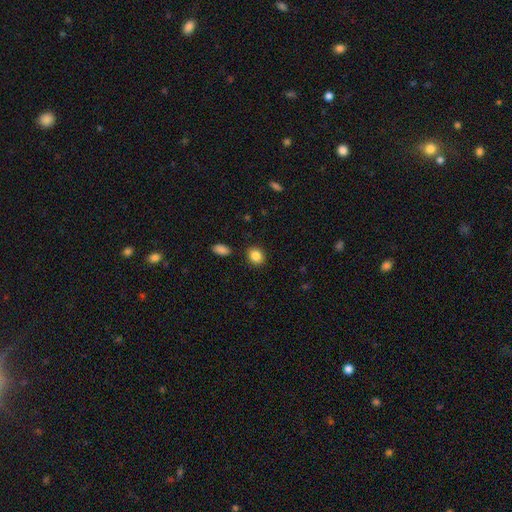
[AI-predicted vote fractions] A smooth galaxy with no disk features (87%) that is round (60%). Merging: none (86%).